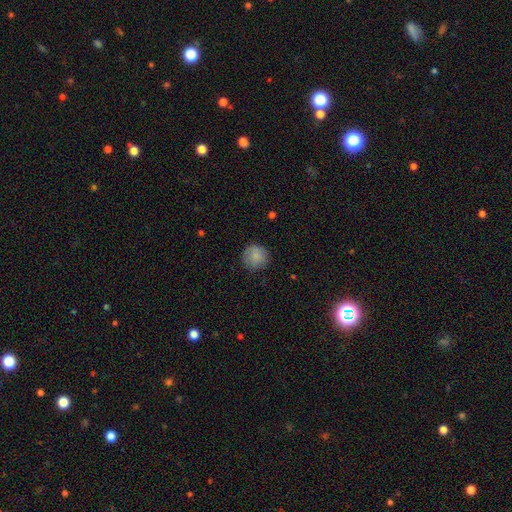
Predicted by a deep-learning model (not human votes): A smooth galaxy with no disk features (86%) that is round (94%).

Vote fractions:
- Smooth or featured? smooth: 86% / star or artifact: 8% / featured or disk: 6%
- How rounded? round: 94% / in between: 5% / cigar-shaped: 1%
- Merging? none: 87% / minor disturbance: 10% / major disturbance: 2% / merger: 1%